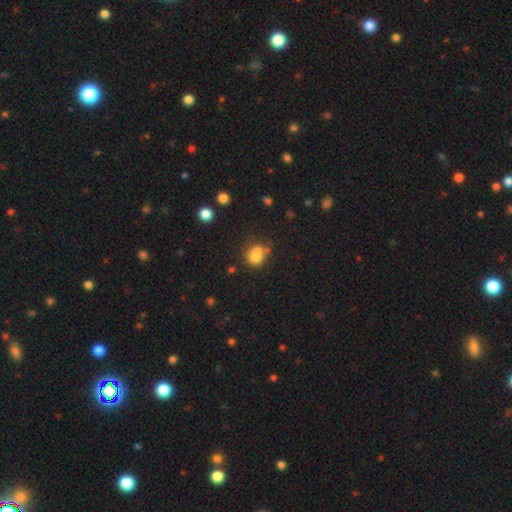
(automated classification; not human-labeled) A smooth galaxy with no disk features (74%) that is round (80%).

Vote fractions:
- Smooth or featured? smooth: 74% / star or artifact: 13% / featured or disk: 13%
- How rounded? round: 80% / in between: 19% / cigar-shaped: 1%
- Merging? none: 45% / merger: 35% / minor disturbance: 14% / major disturbance: 6%